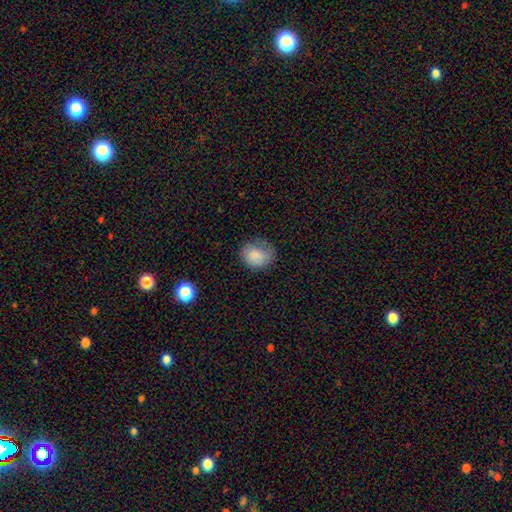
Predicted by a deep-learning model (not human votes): Smooth or featured? smooth (82%)
How rounded? round (61%)
Merging? none (58%)